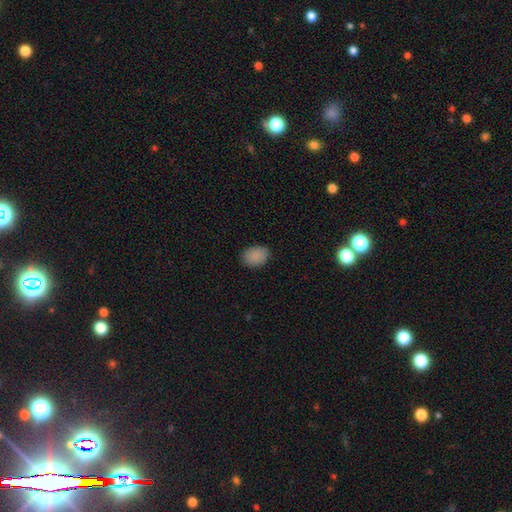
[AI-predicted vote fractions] This is clearly a smooth galaxy (88%). How rounded: likely in between (72%). Merging: clearly none (85%).